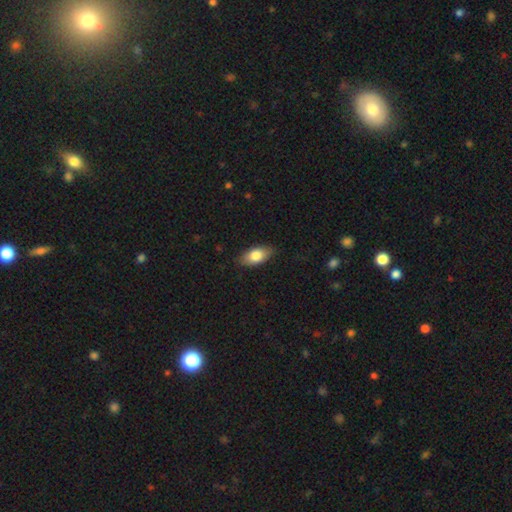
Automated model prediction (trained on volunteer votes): Smooth or featured?
  - smooth: 78% *
  - featured or disk: 15%
  - star or artifact: 7%
How rounded?
  - in between: 89% *
  - cigar-shaped: 6%
  - round: 5%
Merging?
  - none: 84% *
  - minor disturbance: 13%
  - major disturbance: 2%
  - merger: 1%